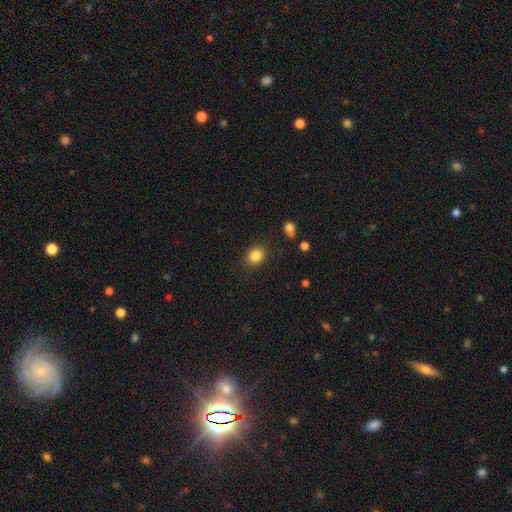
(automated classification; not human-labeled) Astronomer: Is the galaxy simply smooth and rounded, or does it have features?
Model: smooth — 85%.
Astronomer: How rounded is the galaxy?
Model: round — 56% (runner-up: in between, 43%).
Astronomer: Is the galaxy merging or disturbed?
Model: none — 86%.